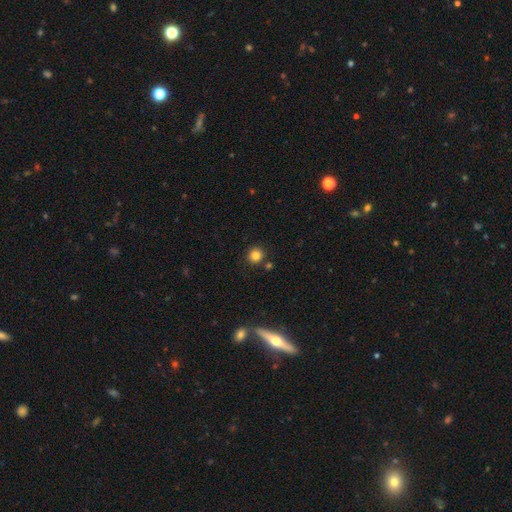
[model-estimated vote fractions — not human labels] Q: Smooth or featured?
A: smooth (82%); runner-up: star or artifact (12%)
Q: How rounded?
A: round (90%); runner-up: in between (9%)
Q: Merging?
A: none (83%); runner-up: minor disturbance (8%)